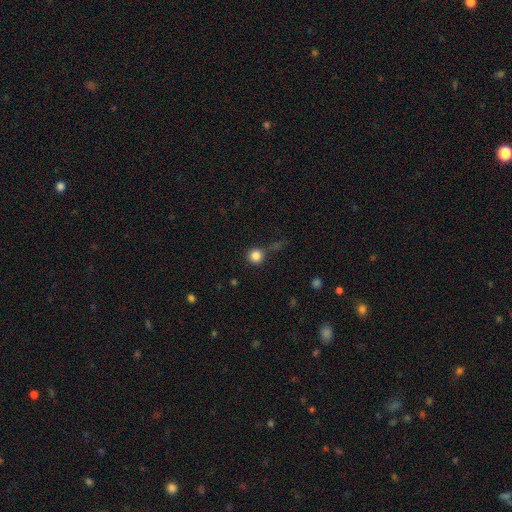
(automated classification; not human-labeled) Smooth or featured? Predicted: smooth (p=0.84). How rounded? Predicted: round (p=0.95). Merging? Predicted: none (p=0.79).